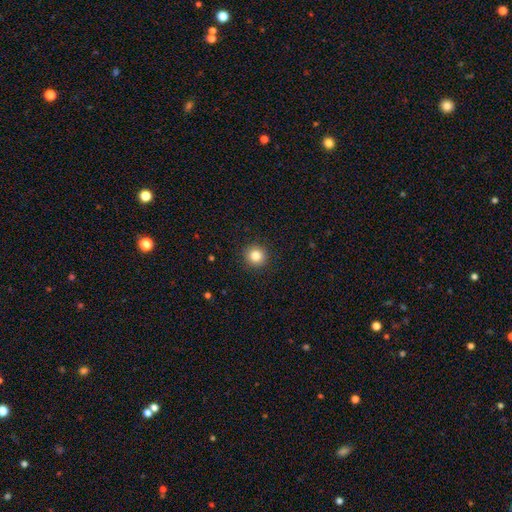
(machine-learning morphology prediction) type=smooth (84%); roundness=round (94%); merging=none (91%).